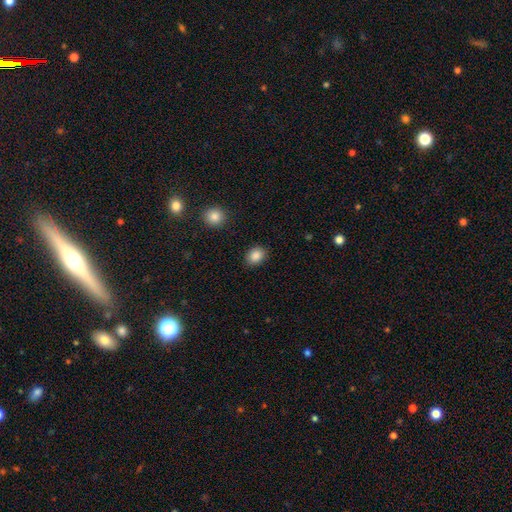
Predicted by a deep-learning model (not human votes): smooth 88%, star or artifact 9%, featured or disk 4%. Down the decision tree: how rounded — in between (58%); merging — none (88%).